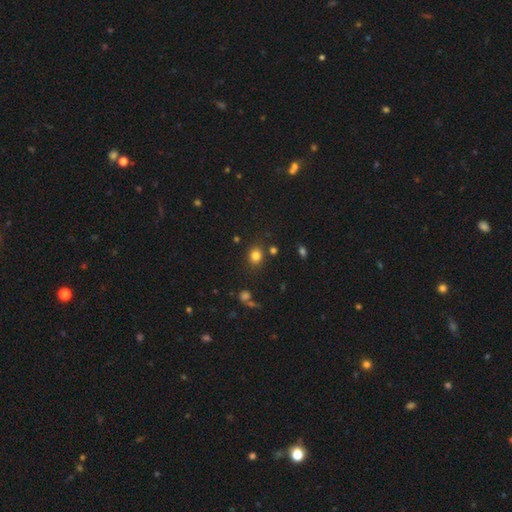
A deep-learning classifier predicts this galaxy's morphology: A smooth galaxy with no disk features (81%) that is round (67%). Merging: none (81%).